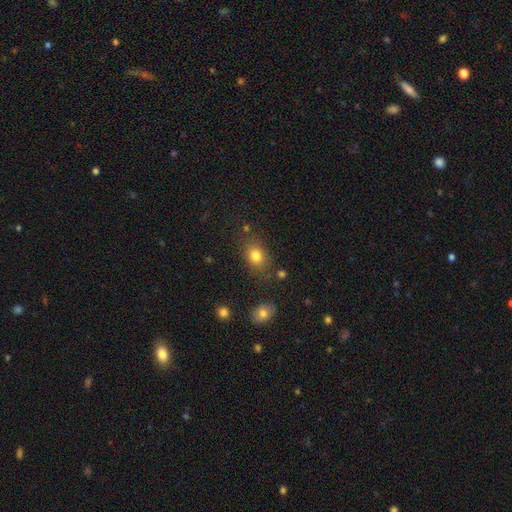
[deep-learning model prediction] The model was most divided on "how rounded": in between: 57%, round: 42%, cigar-shaped: 1%. More confident: smooth or featured — smooth (81%); merging — none (76%).